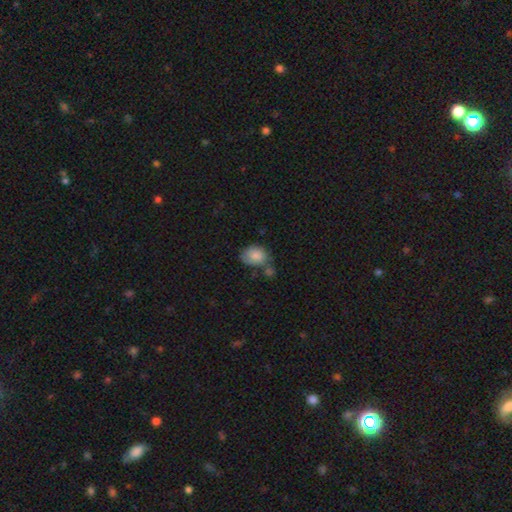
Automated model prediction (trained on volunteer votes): Morphology: type=smooth (84%); roundness=in between (61%); merging=none (47%).